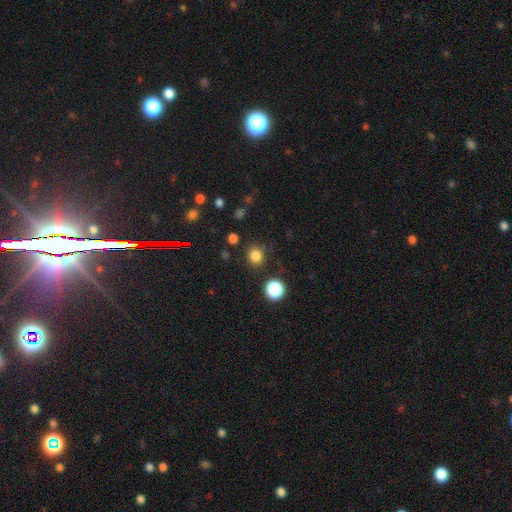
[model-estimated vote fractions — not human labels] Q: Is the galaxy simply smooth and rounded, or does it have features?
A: smooth — 81%.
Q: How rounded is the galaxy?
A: round — 85%.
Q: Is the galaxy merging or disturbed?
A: none — 85%.